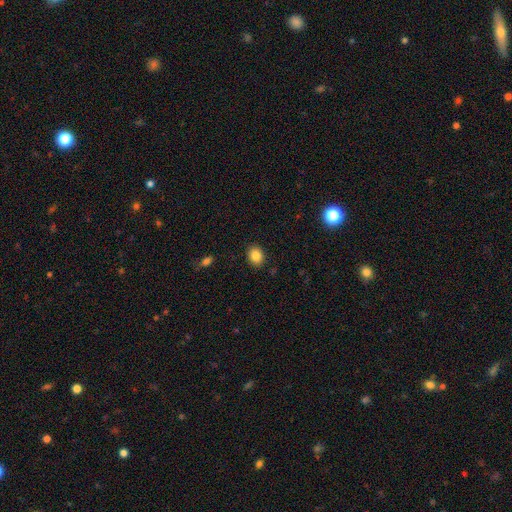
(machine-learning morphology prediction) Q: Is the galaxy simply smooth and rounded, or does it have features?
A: smooth — 85%.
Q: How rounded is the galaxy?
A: in between — 54%.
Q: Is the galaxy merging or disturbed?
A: none — 89%.